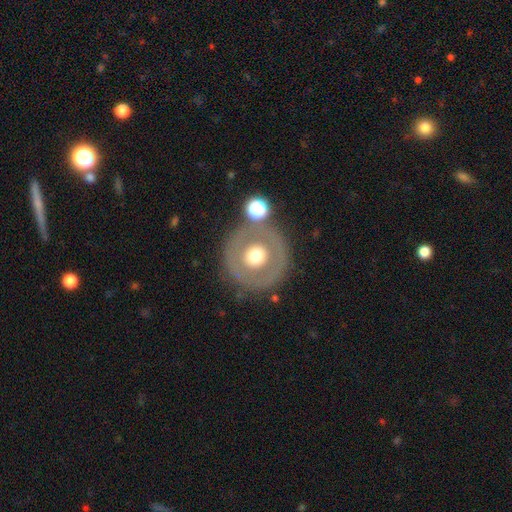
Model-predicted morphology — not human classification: The model was most divided on "smooth or featured": smooth: 50%, featured or disk: 41%, star or artifact: 8%. More confident: how rounded — round (95%); merging — none (79%).